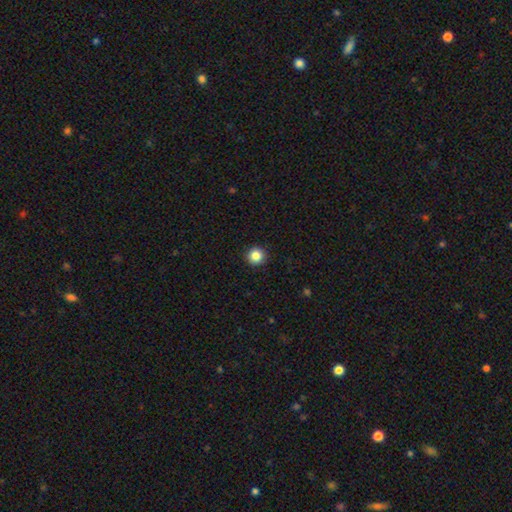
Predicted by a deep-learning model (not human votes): smooth-or-featured: smooth: 85% | star or artifact: 10% | featured or disk: 4%
  how-rounded: round: 96% | in between: 3% | cigar-shaped: 1%
  merging: none: 93% | minor disturbance: 5% | major disturbance: 2% | merger: 1%